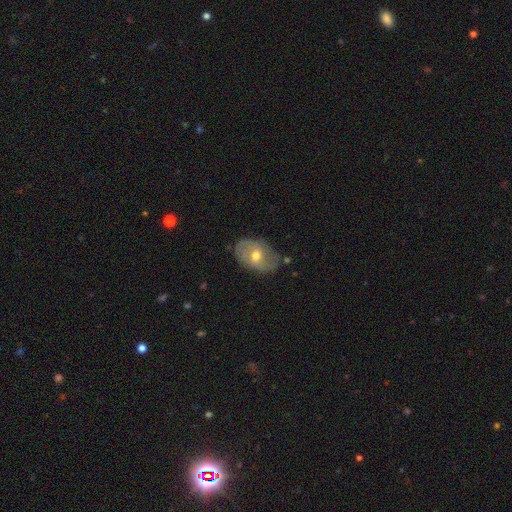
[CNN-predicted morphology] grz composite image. It shows a featured or disk galaxy (51%). Merging: none (70%).